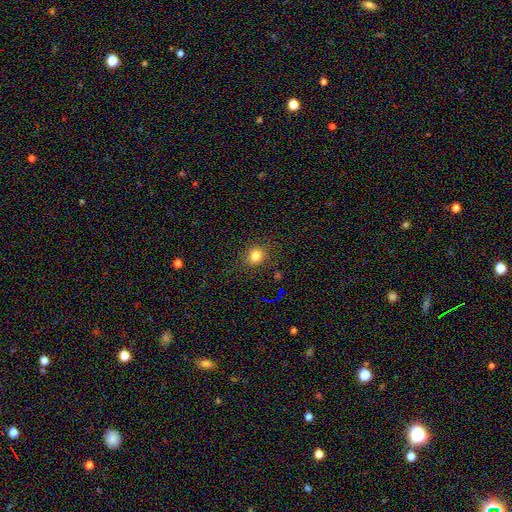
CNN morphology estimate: The model was most divided on "how rounded": round: 79%, in between: 20%, cigar-shaped: 1%. More confident: merging — none (86%); smooth or featured — smooth (79%).